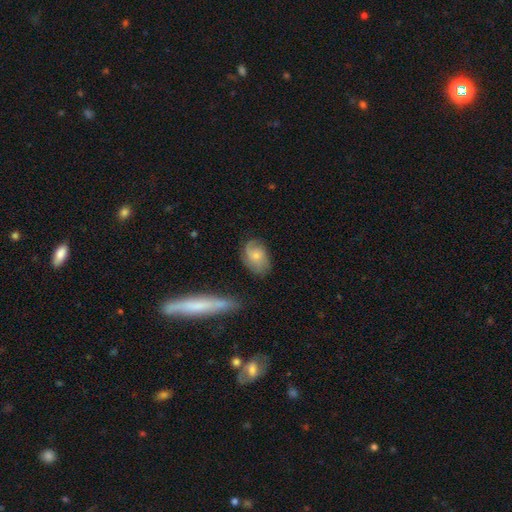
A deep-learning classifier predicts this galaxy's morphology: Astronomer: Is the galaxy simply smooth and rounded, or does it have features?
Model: smooth — 51% (runner-up: featured or disk, 41%).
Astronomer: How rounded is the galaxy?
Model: in between — 77%.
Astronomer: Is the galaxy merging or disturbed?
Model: none — 63%.